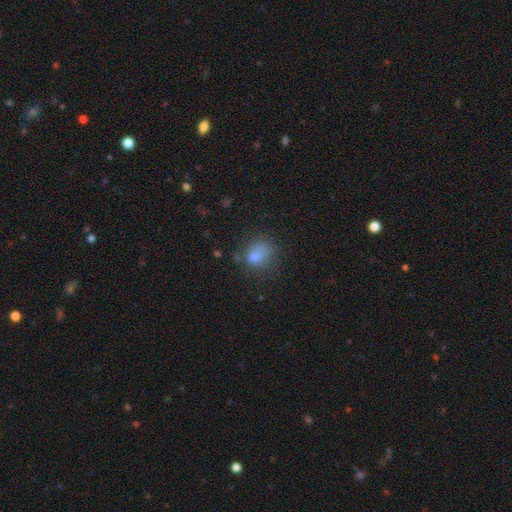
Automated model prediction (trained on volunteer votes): smooth 73%, star or artifact 16%, featured or disk 10%. Down the decision tree: how rounded — round (62%); merging — none (61%).